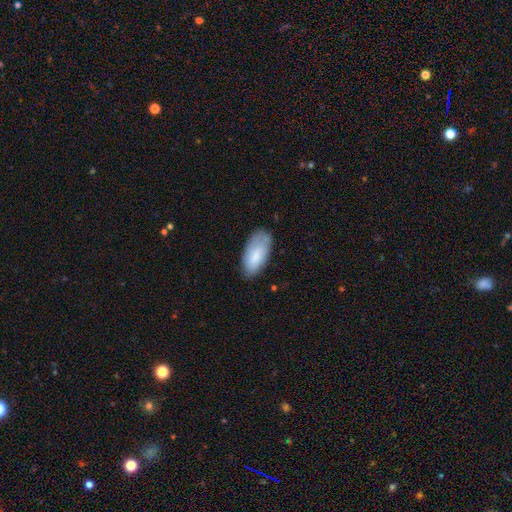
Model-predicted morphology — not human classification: A smooth galaxy with no disk features (79%) that is in between round and cigar-shaped (93%). Merging: none (69%).